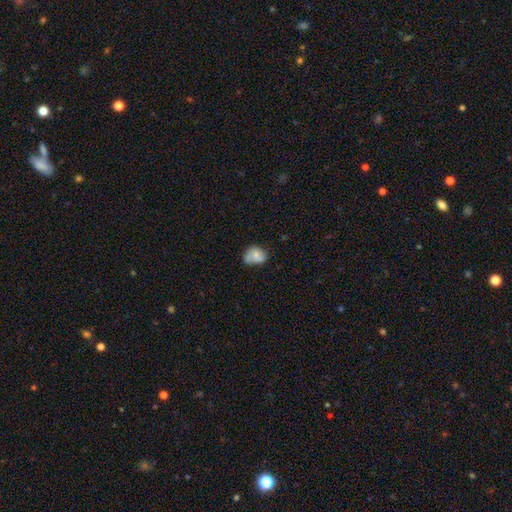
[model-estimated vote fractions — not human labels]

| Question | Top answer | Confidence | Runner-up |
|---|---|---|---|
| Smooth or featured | smooth | 66% | featured or disk (25%) |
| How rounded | in between | 61% | round (38%) |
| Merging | none | 38% | minor disturbance (30%) |